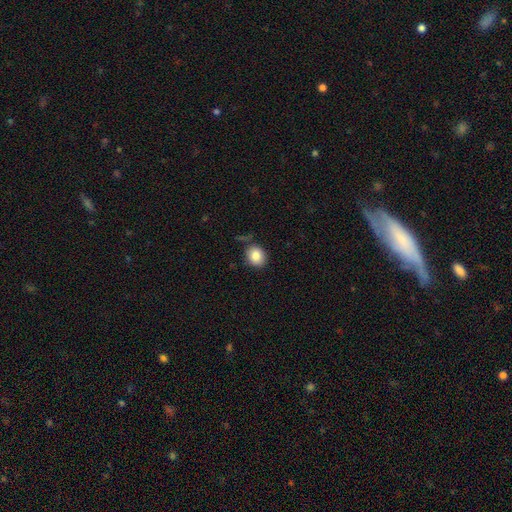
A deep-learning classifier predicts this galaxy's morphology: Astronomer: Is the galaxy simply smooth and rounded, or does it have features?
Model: smooth — 84%.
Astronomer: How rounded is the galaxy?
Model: round — 66%.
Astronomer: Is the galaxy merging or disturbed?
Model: none — 77%.